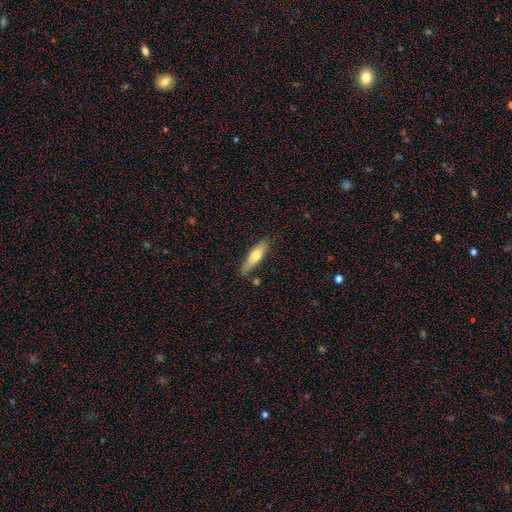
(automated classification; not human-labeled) The model was most divided on "smooth or featured": smooth: 60%, featured or disk: 34%, star or artifact: 6%. More confident: merging — none (81%); how rounded — cigar-shaped (69%).